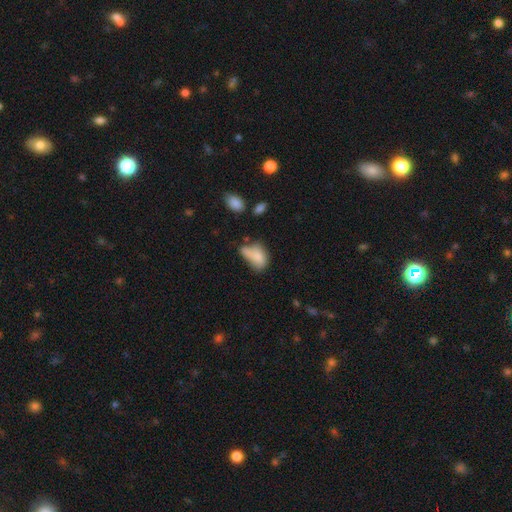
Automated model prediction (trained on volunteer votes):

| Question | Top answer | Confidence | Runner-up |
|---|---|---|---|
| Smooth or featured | smooth | 74% | featured or disk (17%) |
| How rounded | in between | 86% | round (10%) |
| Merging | minor disturbance | 31% | none (27%) |